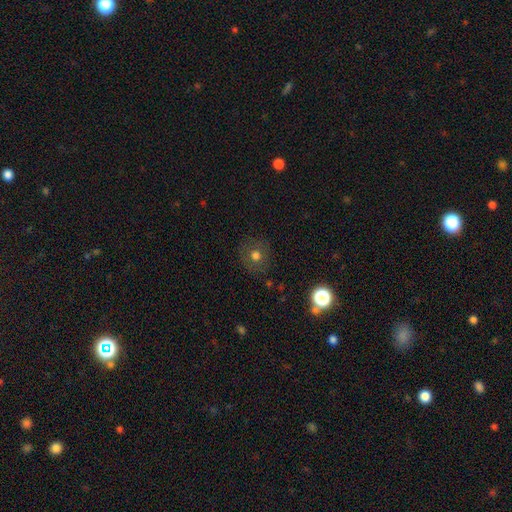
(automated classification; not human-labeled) This is likely a smooth galaxy (67%). How rounded: clearly round (86%). Merging: clearly none (84%).